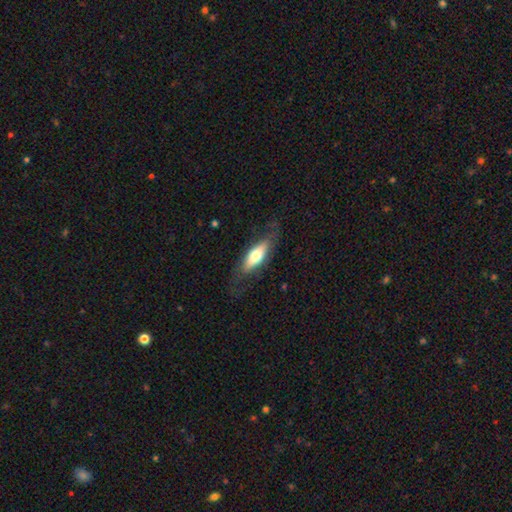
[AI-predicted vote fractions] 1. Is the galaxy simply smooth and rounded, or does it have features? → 59% smooth, 35% featured or disk, 6% star or artifact.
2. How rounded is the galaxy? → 65% in between, 33% cigar-shaped, 3% round.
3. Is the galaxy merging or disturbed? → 73% none, 17% minor disturbance, 9% major disturbance, 1% merger.